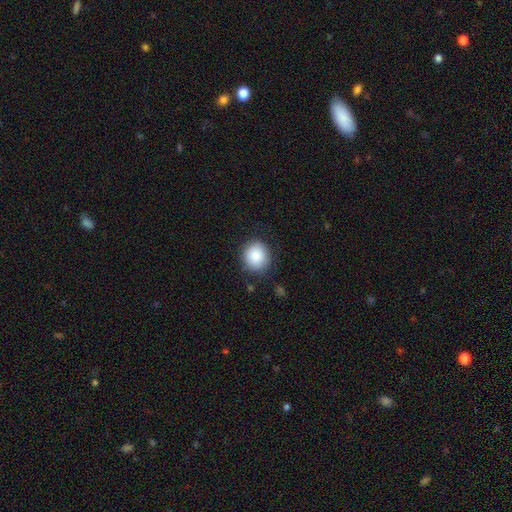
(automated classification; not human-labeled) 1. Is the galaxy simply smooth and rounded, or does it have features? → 87% smooth, 8% star or artifact, 5% featured or disk.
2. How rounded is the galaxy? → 89% round, 10% in between, 1% cigar-shaped.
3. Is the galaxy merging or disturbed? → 86% none, 10% minor disturbance, 3% major disturbance, 1% merger.